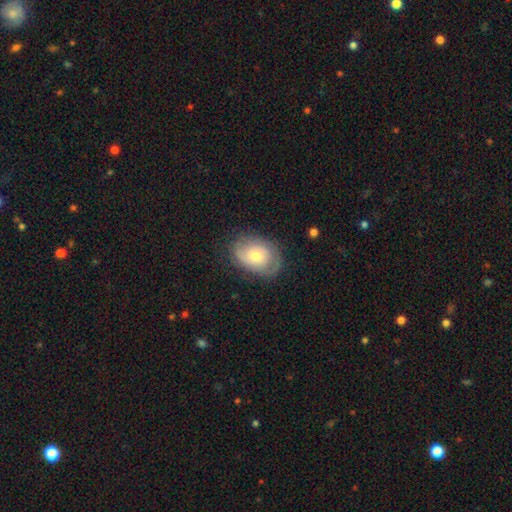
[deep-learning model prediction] This is possibly a featured or disk galaxy (50%). Merging: likely none (72%).